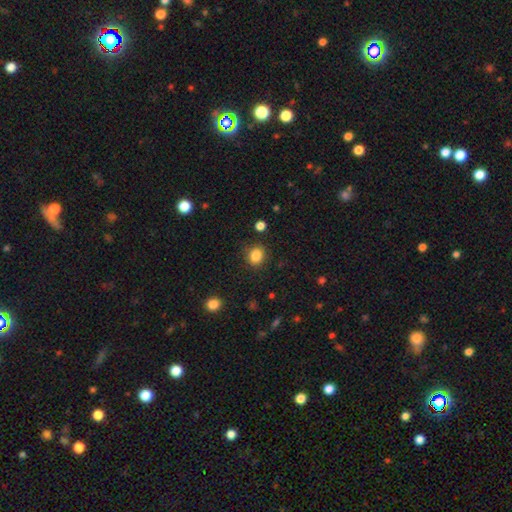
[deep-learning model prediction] smooth-or-featured: smooth: 85% | star or artifact: 11% | featured or disk: 4%
  how-rounded: round: 67% | in between: 33% | cigar-shaped: 1%
  merging: none: 86% | minor disturbance: 9% | major disturbance: 3% | merger: 2%